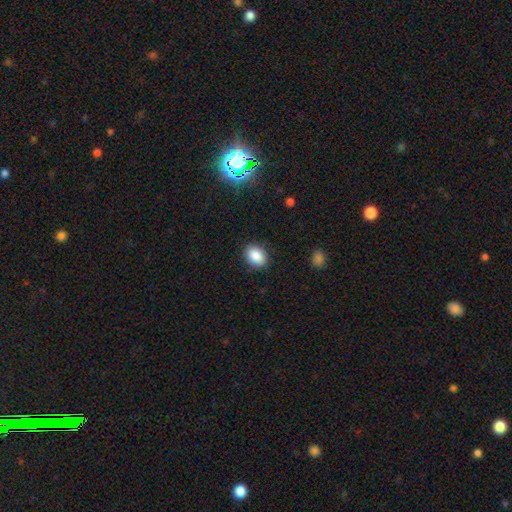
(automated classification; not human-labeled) This appears to be a smooth galaxy with no disk features (88%) that is in between round and cigar-shaped (69%). Merging: none (88%).